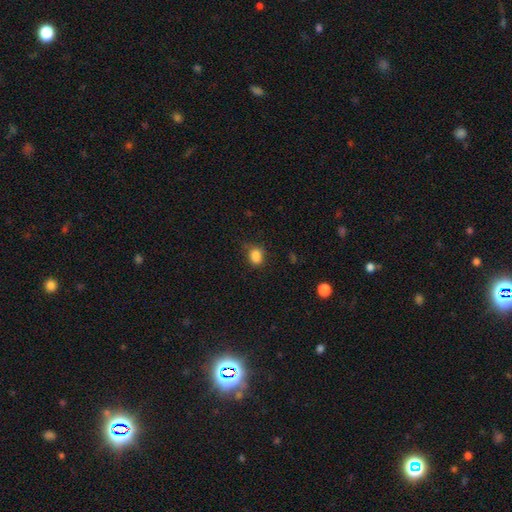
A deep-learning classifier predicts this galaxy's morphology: smooth-or-featured: smooth: 85% | star or artifact: 11% | featured or disk: 5%
  how-rounded: in between: 58% | round: 40% | cigar-shaped: 1%
  merging: none: 60% | minor disturbance: 29% | major disturbance: 9% | merger: 2%